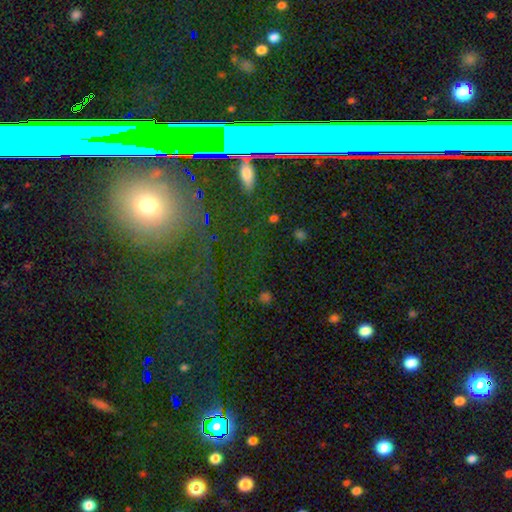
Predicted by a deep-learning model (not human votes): smooth-or-featured: star or artifact: 47% | smooth: 30% | featured or disk: 23%